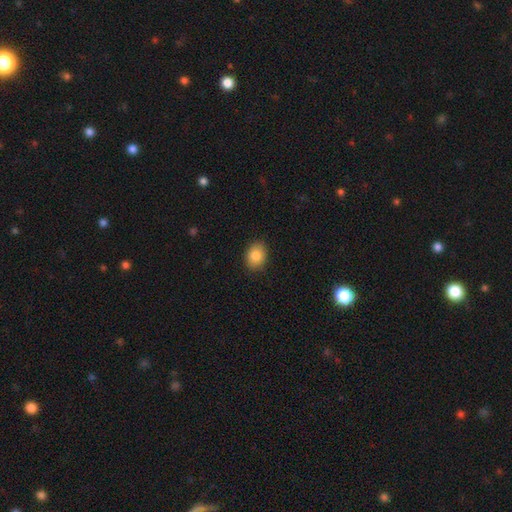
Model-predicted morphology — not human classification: The model was most divided on "how rounded": in between: 62%, round: 37%, cigar-shaped: 1%. More confident: merging — none (88%); smooth or featured — smooth (85%).